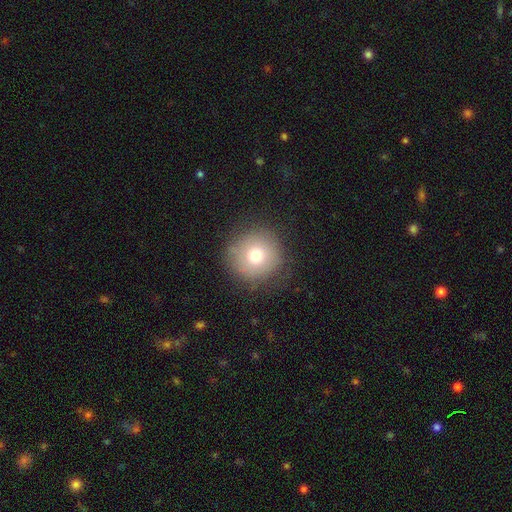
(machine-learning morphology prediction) A smooth galaxy with no disk features (71%) that is round (94%).

Vote fractions:
- Smooth or featured? smooth: 71% / featured or disk: 16% / star or artifact: 13%
- How rounded? round: 94% / in between: 5% / cigar-shaped: 1%
- Merging? none: 80% / minor disturbance: 13% / major disturbance: 6% / merger: 1%